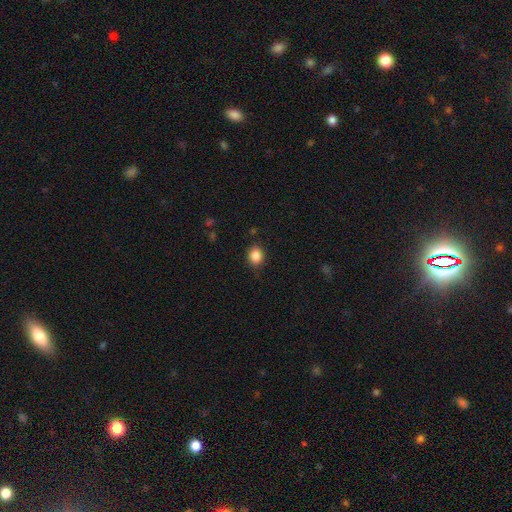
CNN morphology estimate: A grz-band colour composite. It shows a smooth galaxy with no disk features (86%) that is round (65%). Merging: none (87%).